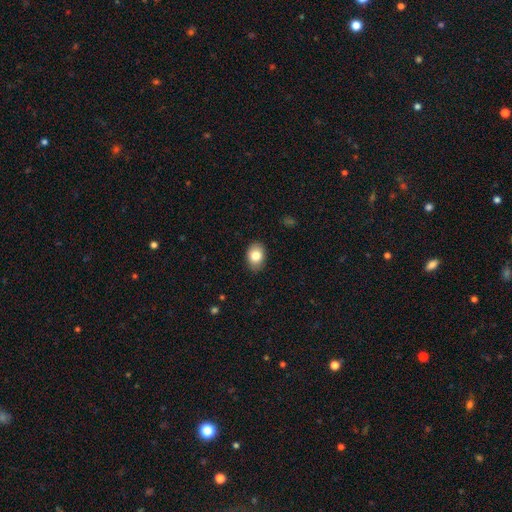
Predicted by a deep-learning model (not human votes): Smooth or featured: smooth — 83% (featured or disk — 9%)
How rounded: in between — 76% (round — 23%)
Merging: none — 87% (minor disturbance — 10%)